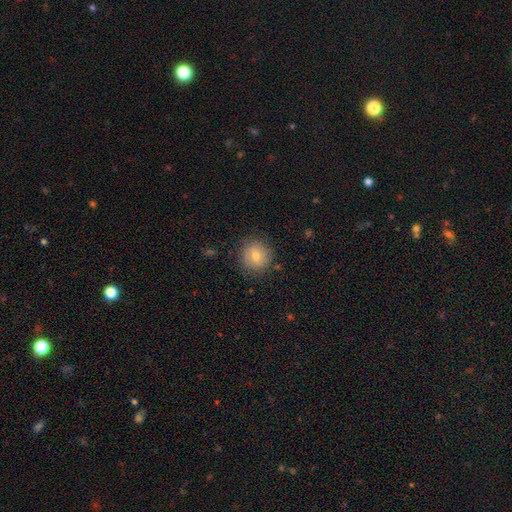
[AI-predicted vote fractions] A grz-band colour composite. It shows a smooth galaxy with no disk features (71%) that is round (89%). Merging: none (85%).